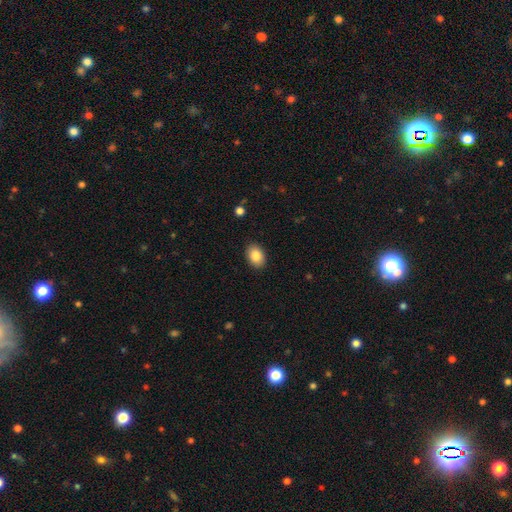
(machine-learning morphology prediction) Smooth or featured?
  - smooth: 87% *
  - star or artifact: 8%
  - featured or disk: 6%
How rounded?
  - in between: 80% *
  - round: 19%
  - cigar-shaped: 1%
Merging?
  - none: 89% *
  - minor disturbance: 8%
  - major disturbance: 2%
  - merger: 1%